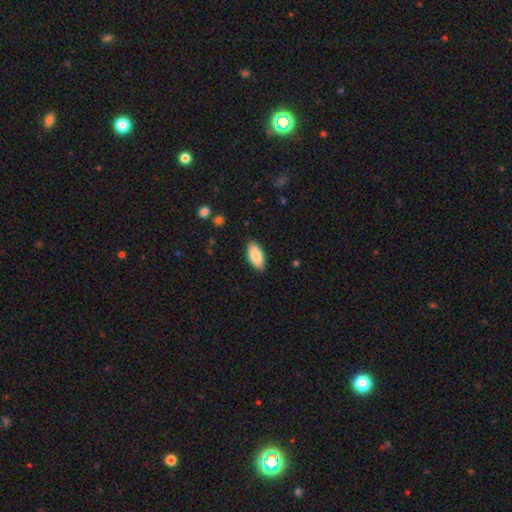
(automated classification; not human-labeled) smooth 86%, featured or disk 8%, star or artifact 6%. Down the decision tree: how rounded — in between (90%); merging — none (88%).